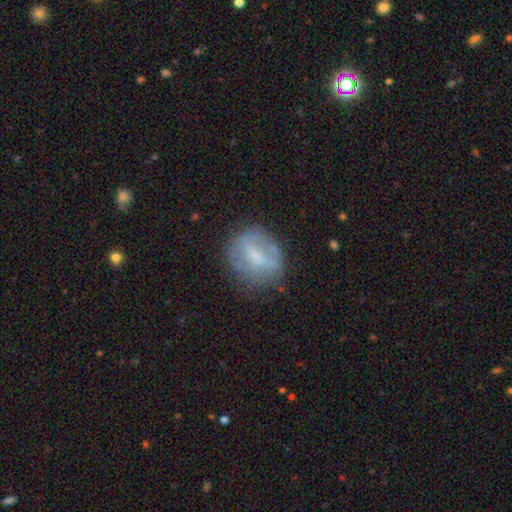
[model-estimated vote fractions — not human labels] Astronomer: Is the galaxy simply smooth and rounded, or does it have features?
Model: featured or disk — 48% (runner-up: smooth, 42%).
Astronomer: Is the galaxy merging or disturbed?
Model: none — 67%.